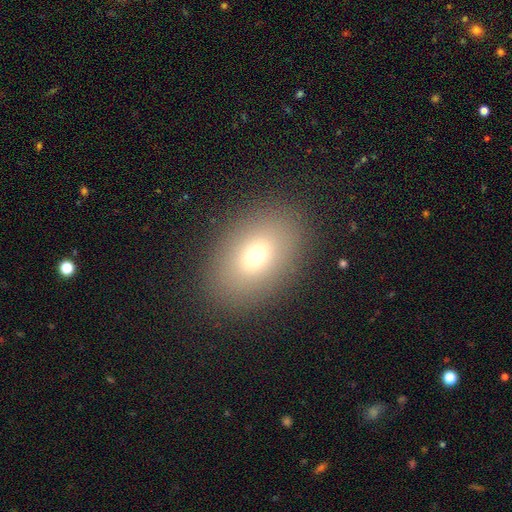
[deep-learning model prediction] Q: Smooth or featured?
A: smooth (71%); runner-up: featured or disk (15%)
Q: How rounded?
A: in between (78%); runner-up: round (21%)
Q: Merging?
A: none (88%); runner-up: minor disturbance (8%)